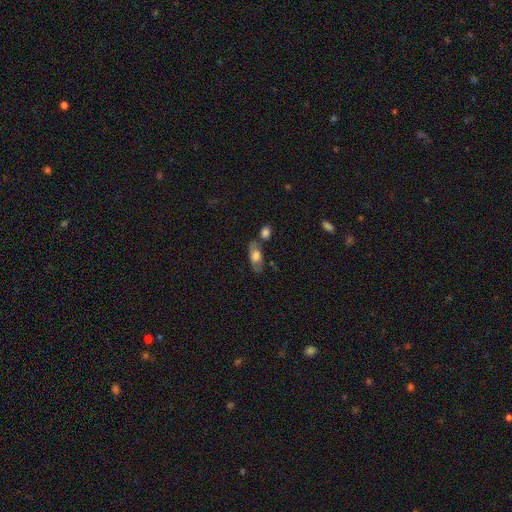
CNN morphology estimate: This appears to be a smooth galaxy with no disk features (57%) that is in between round and cigar-shaped (80%). Merging: none (60%).